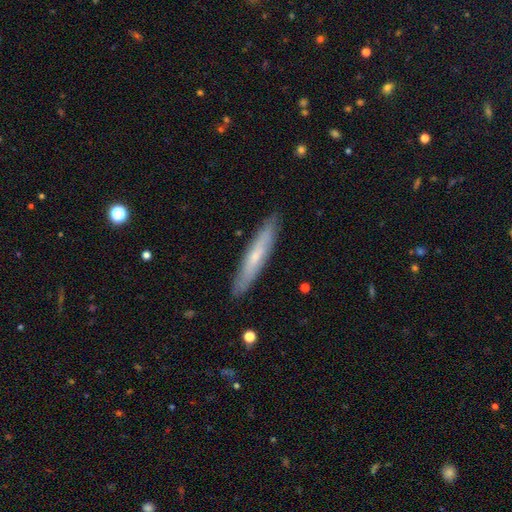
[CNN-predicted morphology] smooth 53%, featured or disk 41%, star or artifact 6%. Down the decision tree: how rounded — cigar-shaped (91%); merging — none (88%).